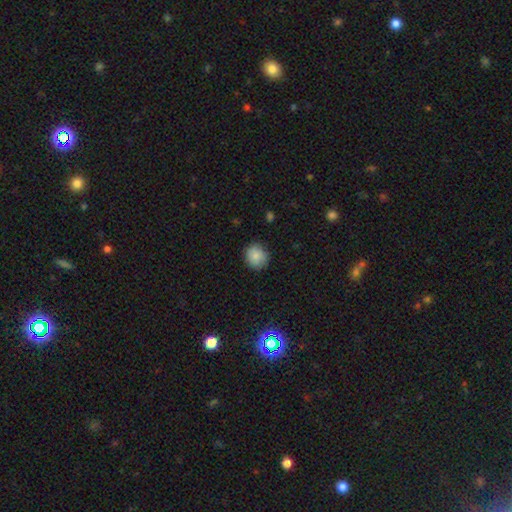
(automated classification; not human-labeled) smooth 86%, star or artifact 8%, featured or disk 6%. Down the decision tree: how rounded — round (85%); merging — none (85%).